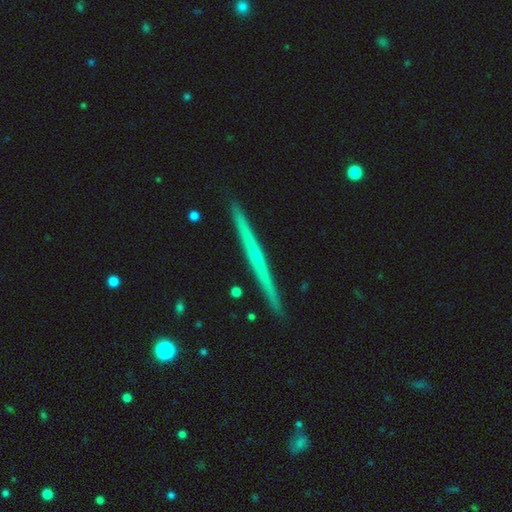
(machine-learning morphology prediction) Q: Smooth or featured?
A: featured or disk (61%); runner-up: smooth (34%)
Q: Edge-on disk?
A: yes (98%); runner-up: no (2%)
Q: Edge-on bulge?
A: none (86%); runner-up: rounded (11%)
Q: Merging?
A: none (93%); runner-up: minor disturbance (5%)